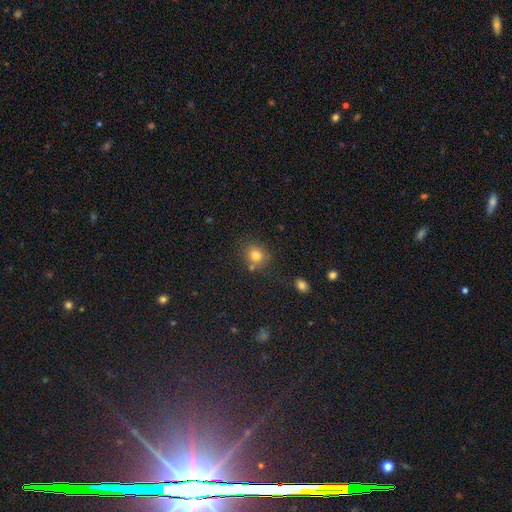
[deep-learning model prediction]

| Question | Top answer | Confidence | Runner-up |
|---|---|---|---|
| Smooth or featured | smooth | 78% | star or artifact (13%) |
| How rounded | round | 75% | in between (24%) |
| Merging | none | 68% | minor disturbance (14%) |